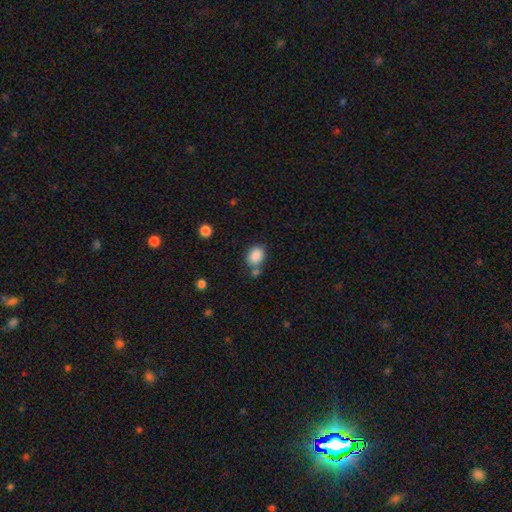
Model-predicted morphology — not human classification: smooth 87%, star or artifact 9%, featured or disk 4%. Down the decision tree: how rounded — in between (57%); merging — none (65%).